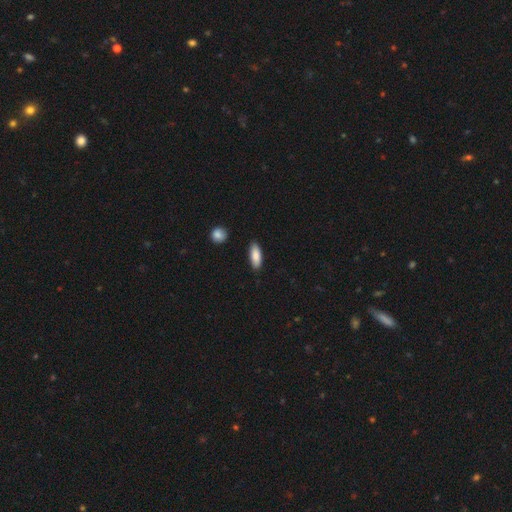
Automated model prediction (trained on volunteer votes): Smooth or featured? smooth (87%)
How rounded? in between (73%)
Merging? none (85%)